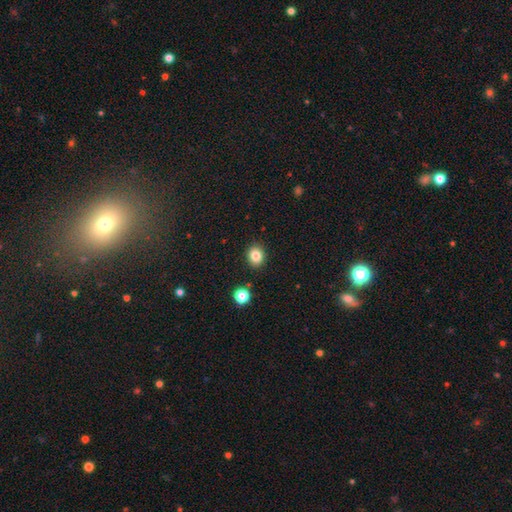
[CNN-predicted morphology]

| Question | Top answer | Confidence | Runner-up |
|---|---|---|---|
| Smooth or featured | smooth | 83% | star or artifact (11%) |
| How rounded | round | 66% | in between (34%) |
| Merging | none | 88% | minor disturbance (7%) |